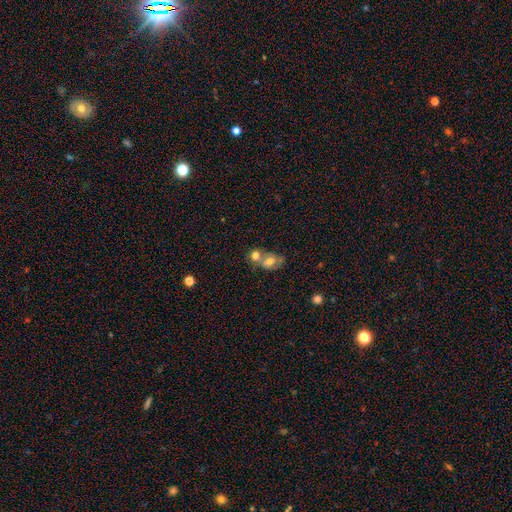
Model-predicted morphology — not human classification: type=smooth (66%); roundness=round (53%); merging=merger (58%).